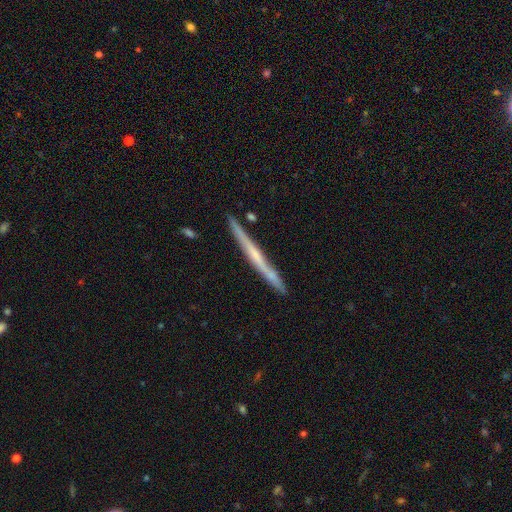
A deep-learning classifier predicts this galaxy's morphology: A featured or disk galaxy (64%) viewed edge-on (97%) with no central bulge (65%). Merging: none (88%).